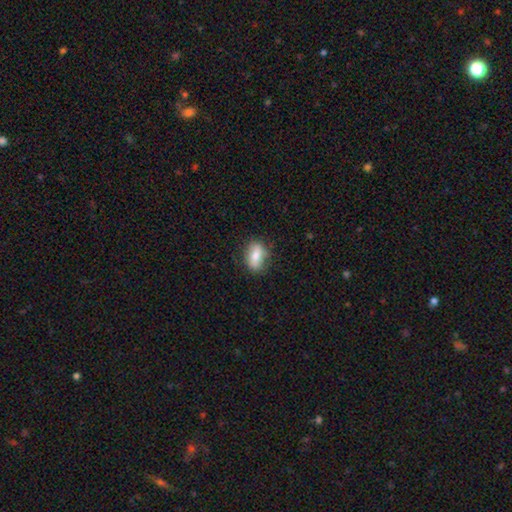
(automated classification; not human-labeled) smooth 72%, featured or disk 21%, star or artifact 7%. Down the decision tree: how rounded — in between (83%); merging — none (79%).